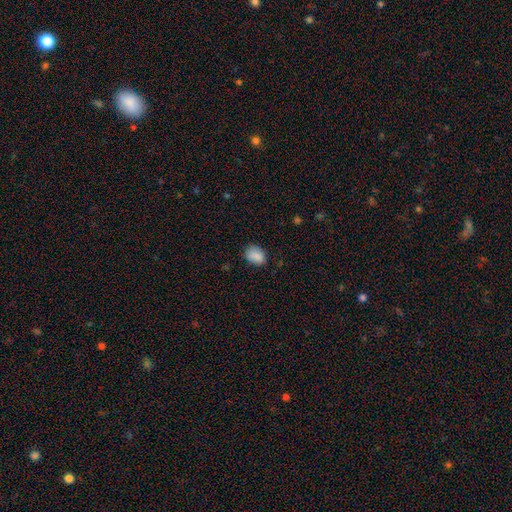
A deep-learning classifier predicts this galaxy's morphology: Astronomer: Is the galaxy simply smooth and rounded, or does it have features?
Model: smooth — 87%.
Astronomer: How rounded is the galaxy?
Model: in between — 65%.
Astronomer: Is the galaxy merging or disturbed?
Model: none — 72%.